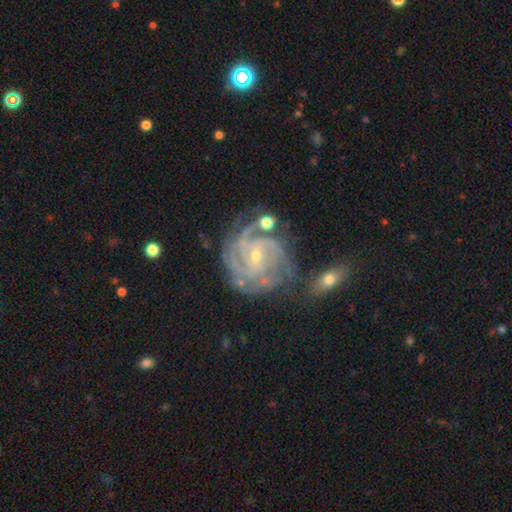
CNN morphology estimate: The model was most divided on "spiral arm count": 4: 30%, 3: 25%, can't tell: 18%, more than 4: 11%, 2: 10%, 1: 6%. More confident: spiral arms — yes (98%); edge-on disk — no (98%); smooth or featured — featured or disk (90%); bulge size — small (75%); spiral winding — tight (69%); merging — none (60%); bar — no (53%).